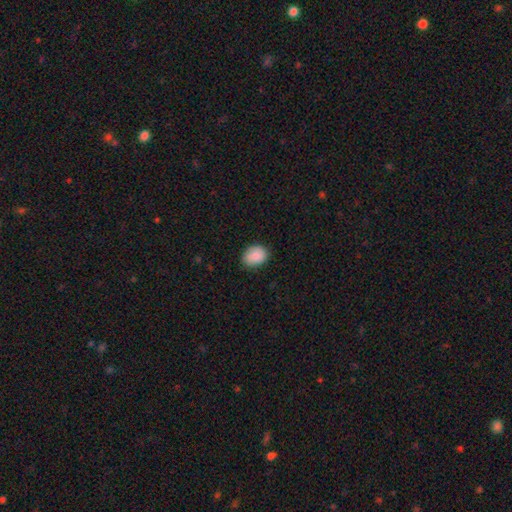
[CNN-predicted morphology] This is clearly a smooth galaxy (86%). How rounded: likely in between (63%). Merging: clearly none (82%).